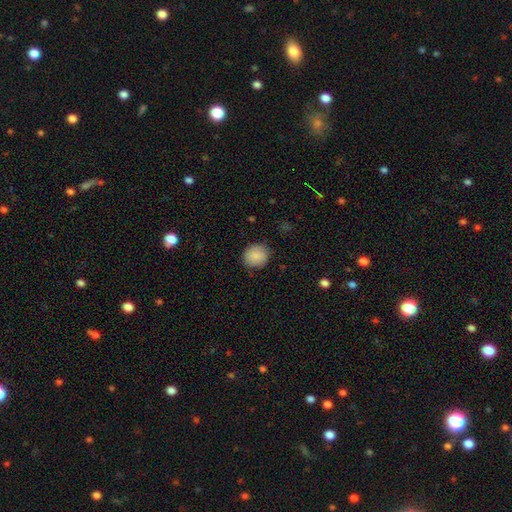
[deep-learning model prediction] Smooth or featured?
  - smooth: 88% *
  - star or artifact: 7%
  - featured or disk: 4%
How rounded?
  - round: 84% *
  - in between: 15%
  - cigar-shaped: 1%
Merging?
  - none: 85% *
  - minor disturbance: 11%
  - major disturbance: 3%
  - merger: 1%